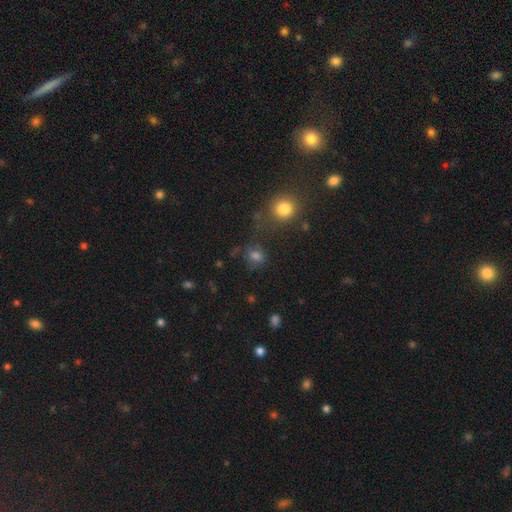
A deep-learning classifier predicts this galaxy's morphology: This appears to be a smooth galaxy with no disk features (73%) that is round (63%). Merging: none (61%).